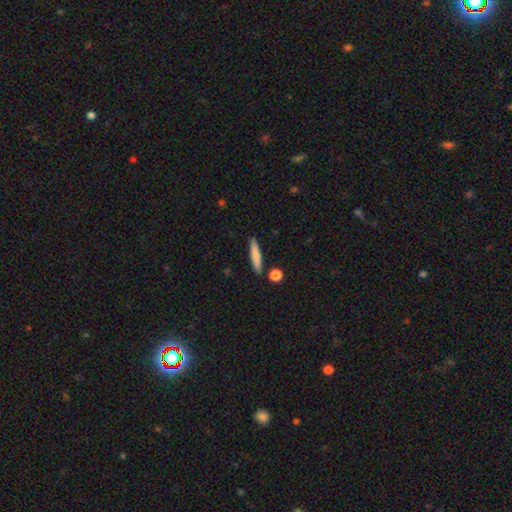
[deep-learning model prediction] Smooth or featured?
  - smooth: 78% *
  - featured or disk: 16%
  - star or artifact: 6%
How rounded?
  - cigar-shaped: 88% *
  - in between: 10%
  - round: 2%
Merging?
  - none: 87% *
  - minor disturbance: 7%
  - merger: 4%
  - major disturbance: 2%